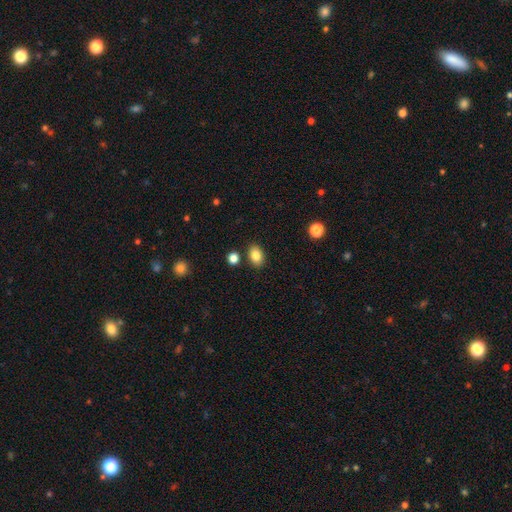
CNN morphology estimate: A smooth galaxy with no disk features (84%) that is in between round and cigar-shaped (78%).

Vote fractions:
- Smooth or featured? smooth: 84% / star or artifact: 9% / featured or disk: 7%
- How rounded? in between: 78% / round: 21% / cigar-shaped: 1%
- Merging? none: 84% / minor disturbance: 9% / merger: 5% / major disturbance: 2%